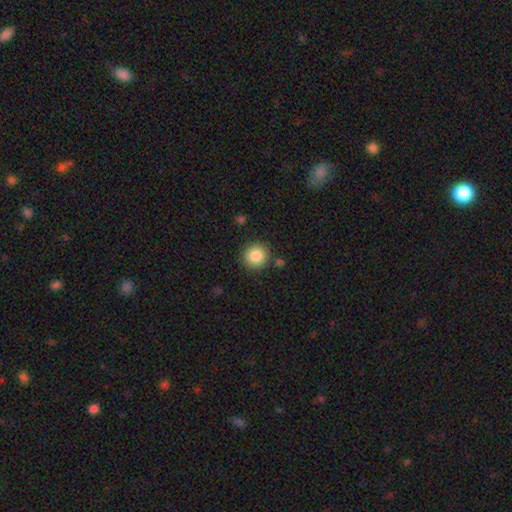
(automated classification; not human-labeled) The model was most divided on "smooth or featured": smooth: 86%, star or artifact: 9%, featured or disk: 5%. More confident: how rounded — round (90%); merging — none (87%).